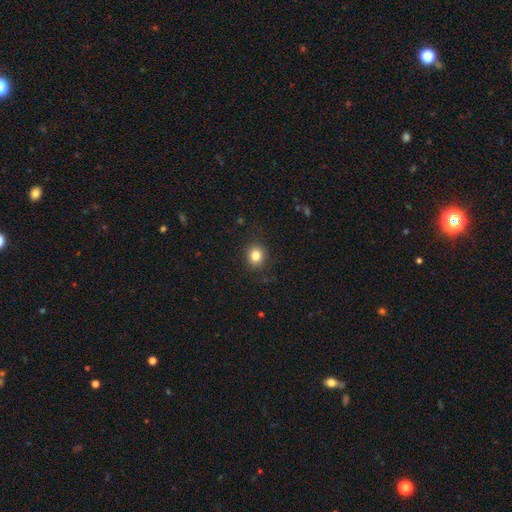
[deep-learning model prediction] smooth 83%, star or artifact 11%, featured or disk 6%. Down the decision tree: how rounded — round (78%); merging — none (89%).